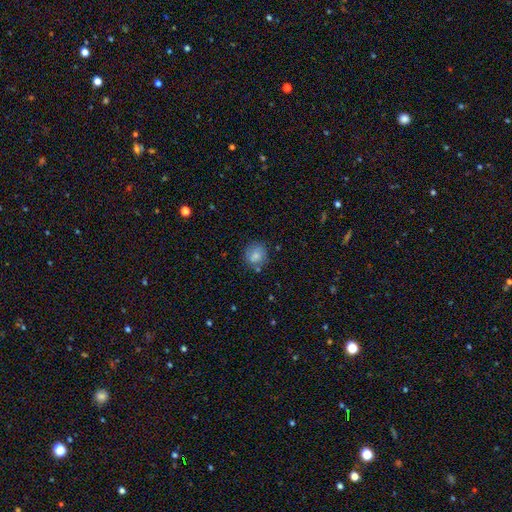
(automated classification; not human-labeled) smooth 80%, featured or disk 11%, star or artifact 9%. Down the decision tree: how rounded — round (82%); merging — none (73%).